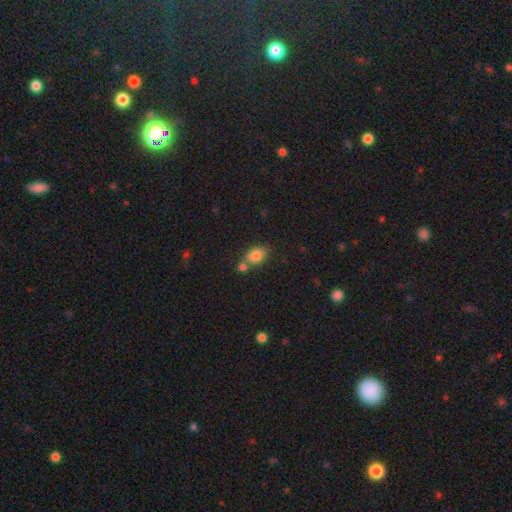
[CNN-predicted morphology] This is clearly a smooth galaxy (82%). How rounded: clearly in between (81%). Merging: possibly none (50%).